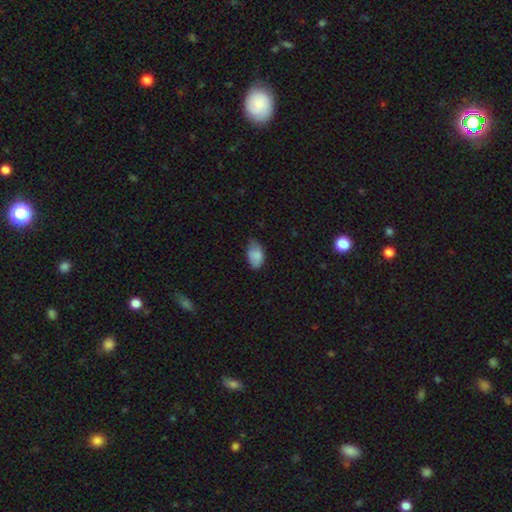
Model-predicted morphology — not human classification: A smooth galaxy with no disk features (86%) that is in between round and cigar-shaped (91%).

Vote fractions:
- Smooth or featured? smooth: 86% / star or artifact: 7% / featured or disk: 6%
- How rounded? in between: 91% / round: 7% / cigar-shaped: 1%
- Merging? none: 56% / minor disturbance: 36% / major disturbance: 6% / merger: 1%